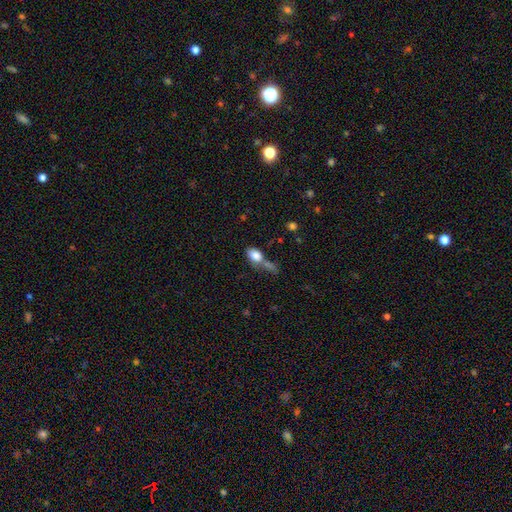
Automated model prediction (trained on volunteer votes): smooth 81%, featured or disk 10%, star or artifact 9%. Down the decision tree: how rounded — in between (84%); merging — merger (42%).